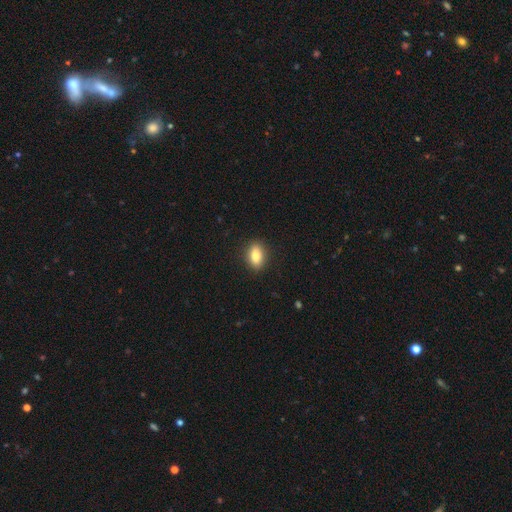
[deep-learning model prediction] Q: Smooth or featured?
A: smooth (83%); runner-up: featured or disk (9%)
Q: How rounded?
A: in between (82%); runner-up: round (12%)
Q: Merging?
A: none (88%); runner-up: minor disturbance (9%)